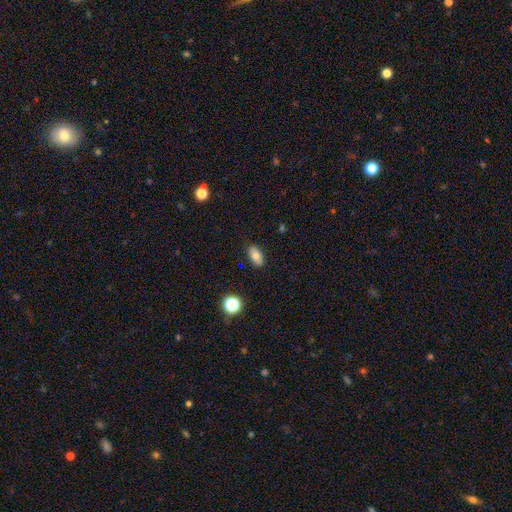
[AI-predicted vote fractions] A smooth galaxy with no disk features (75%) that is in between round and cigar-shaped (89%).

Vote fractions:
- Smooth or featured? smooth: 75% / featured or disk: 16% / star or artifact: 9%
- How rounded? in between: 89% / round: 7% / cigar-shaped: 4%
- Merging? none: 86% / minor disturbance: 10% / major disturbance: 2% / merger: 2%